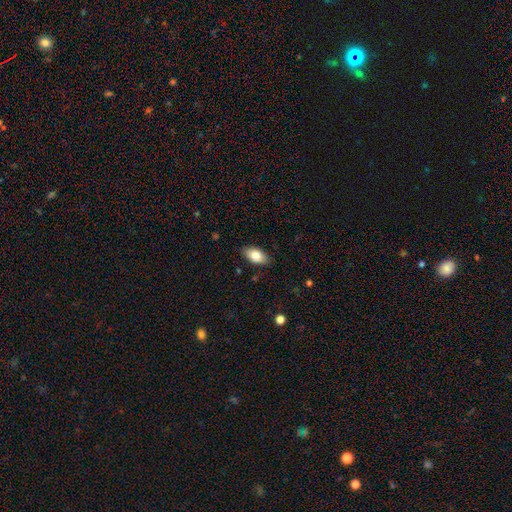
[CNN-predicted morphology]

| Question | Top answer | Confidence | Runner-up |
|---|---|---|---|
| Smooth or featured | smooth | 80% | featured or disk (14%) |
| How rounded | in between | 93% | round (4%) |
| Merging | none | 87% | minor disturbance (10%) |